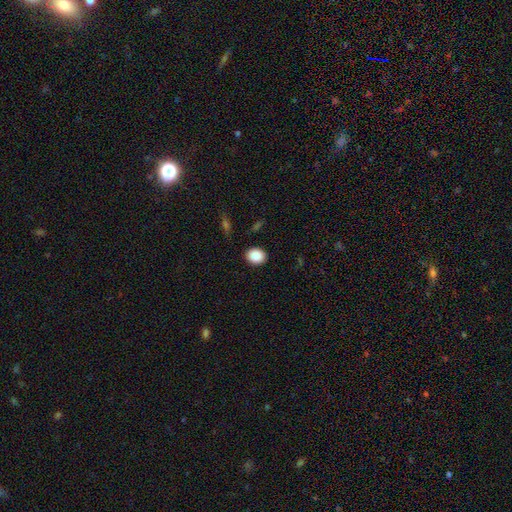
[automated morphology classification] Smooth or featured: smooth — 89% (star or artifact — 8%)
How rounded: round — 52% (in between — 47%)
Merging: none — 89% (minor disturbance — 7%)